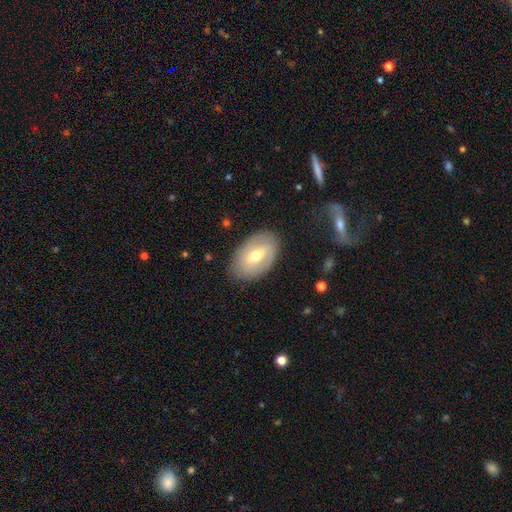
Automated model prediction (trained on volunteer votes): A featured or disk galaxy (51%).

Vote fractions:
- Smooth or featured? featured or disk: 51% / smooth: 42% / star or artifact: 7%
- Edge-on disk? no: 90% / yes: 10%
- Merging? none: 82% / minor disturbance: 13% / major disturbance: 4% / merger: 1%